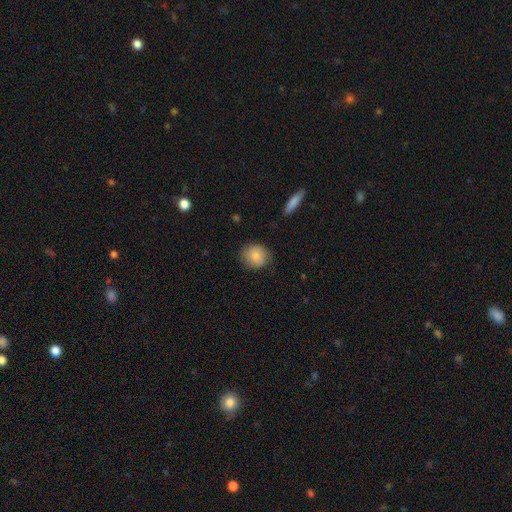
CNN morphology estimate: This appears to be a smooth galaxy with no disk features (83%) that is round (79%). Merging: none (80%).